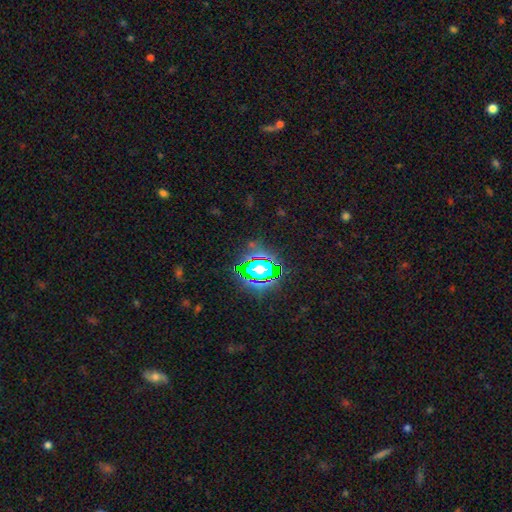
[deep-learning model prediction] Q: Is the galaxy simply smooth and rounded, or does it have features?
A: star or artifact — 79%.